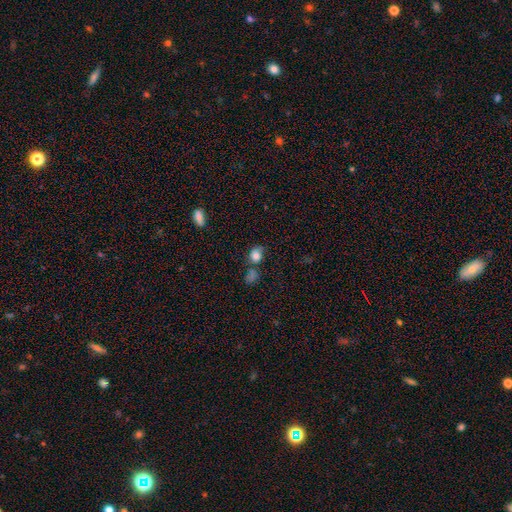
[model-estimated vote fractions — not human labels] A smooth galaxy with no disk features (77%) that is round (58%). Merging: none (49%).